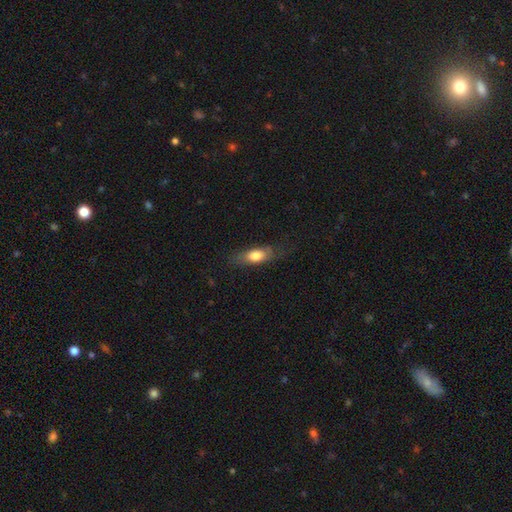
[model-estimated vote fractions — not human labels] smooth_or_featured: smooth (p=0.72) [alt: featured or disk p=0.22]
how_rounded: in between (p=0.69) [alt: cigar-shaped p=0.27]
merging: none (p=0.65) [alt: minor disturbance p=0.23]